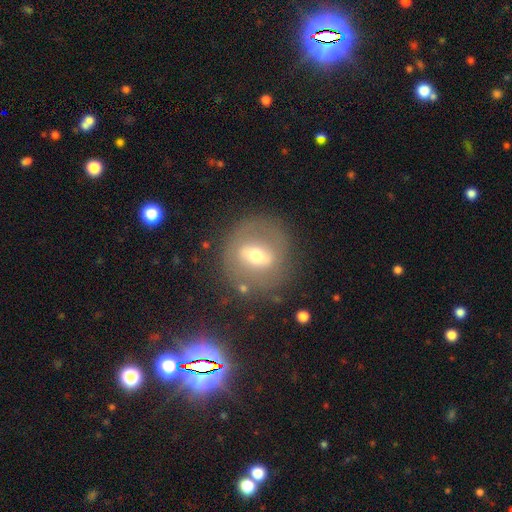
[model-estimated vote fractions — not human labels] Smooth or featured: featured or disk — 56% (smooth — 34%)
Edge-on disk: no — 88% (yes — 12%)
Merging: none — 75% (minor disturbance — 14%)